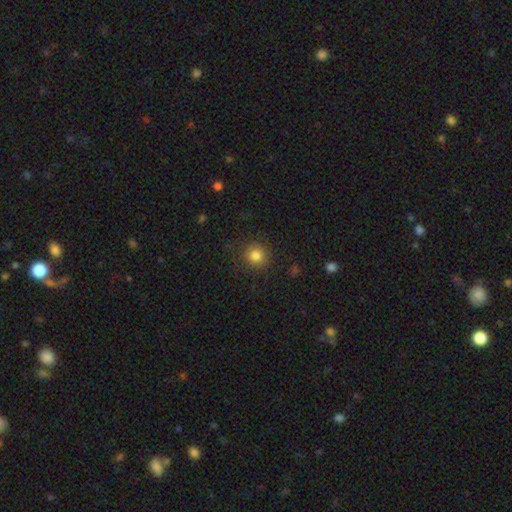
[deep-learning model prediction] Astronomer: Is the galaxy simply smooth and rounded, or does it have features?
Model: smooth — 83%.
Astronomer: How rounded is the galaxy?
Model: round — 91%.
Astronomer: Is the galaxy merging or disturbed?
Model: none — 88%.